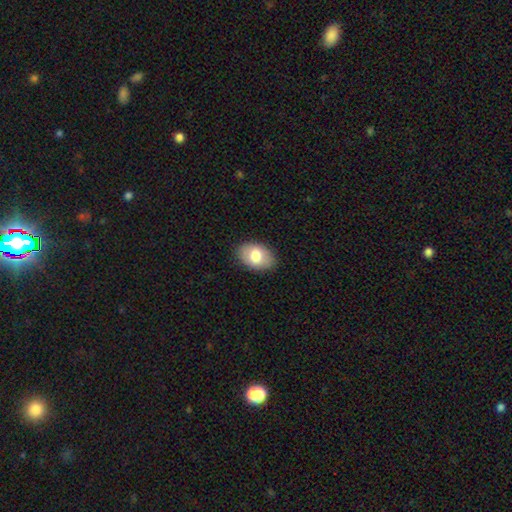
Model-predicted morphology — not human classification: type=smooth (75%); roundness=in between (88%); merging=none (86%).